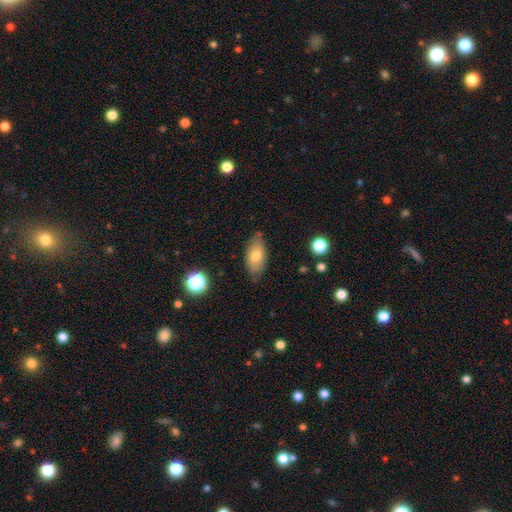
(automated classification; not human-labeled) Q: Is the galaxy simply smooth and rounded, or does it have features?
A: smooth — 74%.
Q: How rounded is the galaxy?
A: in between — 90%.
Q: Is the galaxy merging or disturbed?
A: none — 78%.